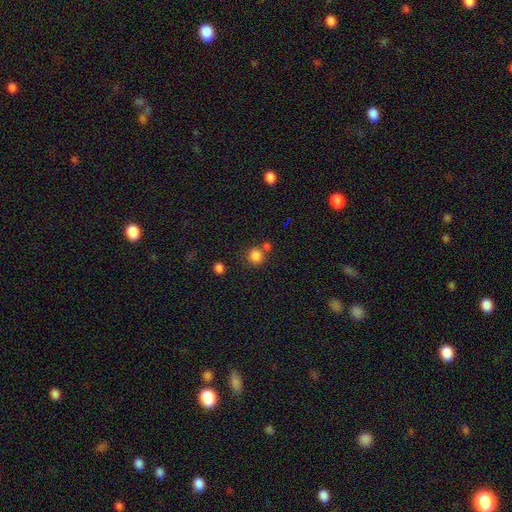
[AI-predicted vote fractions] Smooth or featured? smooth (83%)
How rounded? round (83%)
Merging? none (61%)